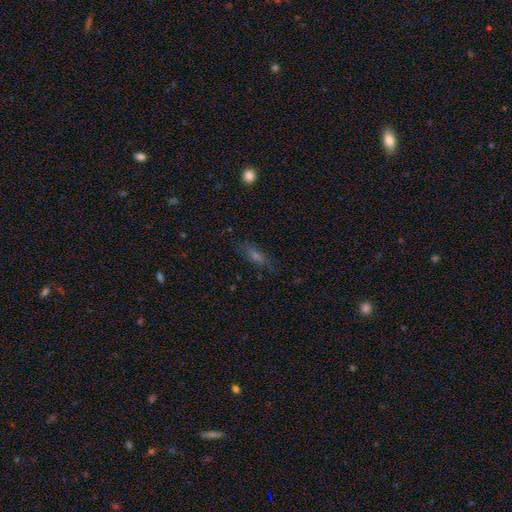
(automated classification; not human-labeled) Smooth or featured? smooth (42%)
Merging? none (79%)